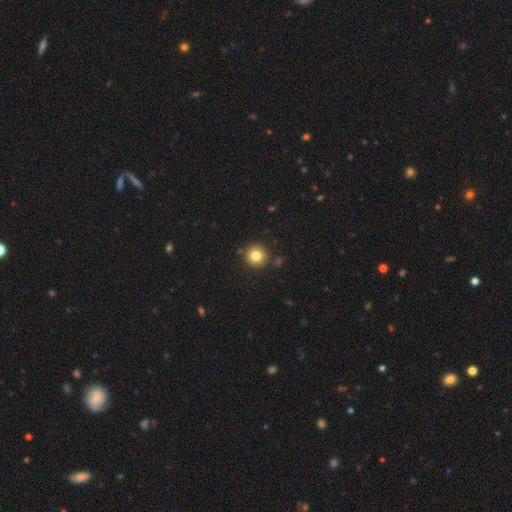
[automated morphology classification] smooth_or_featured: smooth (p=0.82) [alt: star or artifact p=0.11]
how_rounded: round (p=0.95) [alt: in between p=0.04]
merging: none (p=0.88) [alt: minor disturbance p=0.07]